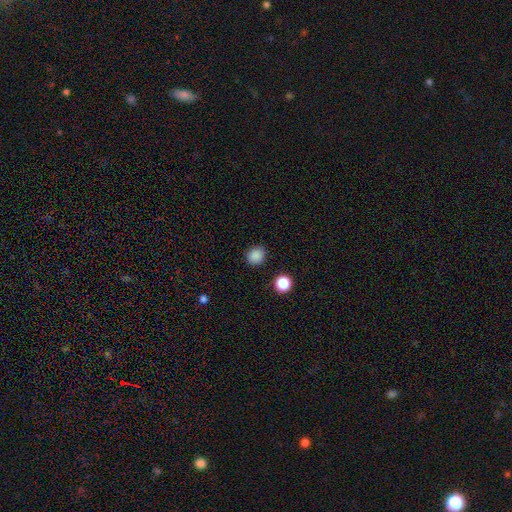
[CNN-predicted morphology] smooth_or_featured: smooth (p=0.86) [alt: star or artifact p=0.12]
how_rounded: round (p=0.82) [alt: in between p=0.17]
merging: none (p=0.89) [alt: minor disturbance p=0.07]